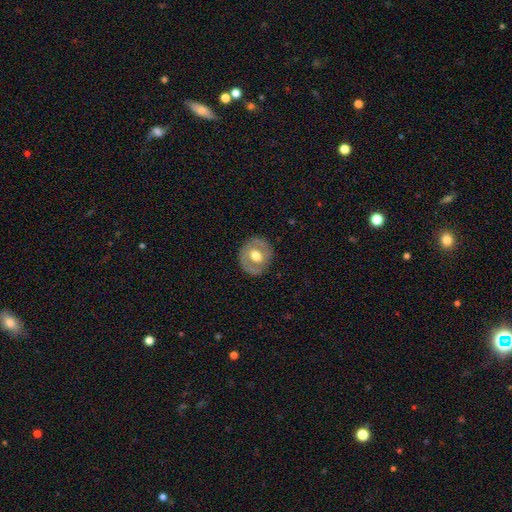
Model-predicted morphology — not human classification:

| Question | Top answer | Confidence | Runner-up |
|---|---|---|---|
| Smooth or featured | smooth | 48% | featured or disk (46%) |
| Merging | none | 83% | minor disturbance (12%) |